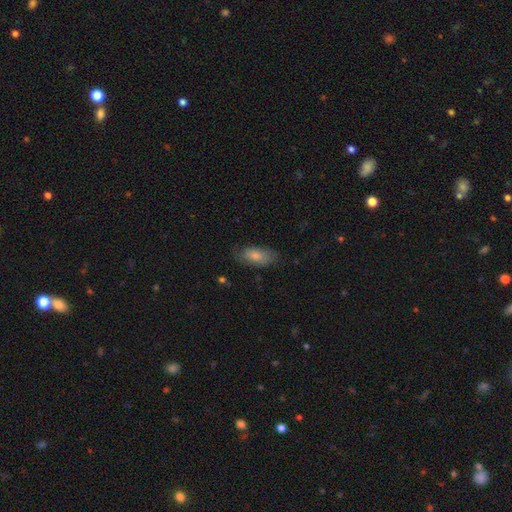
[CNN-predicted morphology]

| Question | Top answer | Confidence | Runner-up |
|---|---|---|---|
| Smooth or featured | smooth | 78% | featured or disk (16%) |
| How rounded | in between | 87% | cigar-shaped (10%) |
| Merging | none | 69% | minor disturbance (23%) |